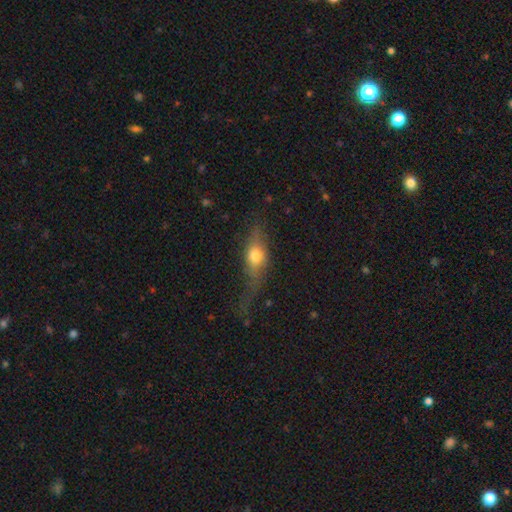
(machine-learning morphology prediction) This appears to be a smooth galaxy with no disk features (58%) that is in between round and cigar-shaped (61%). Merging: none (49%).